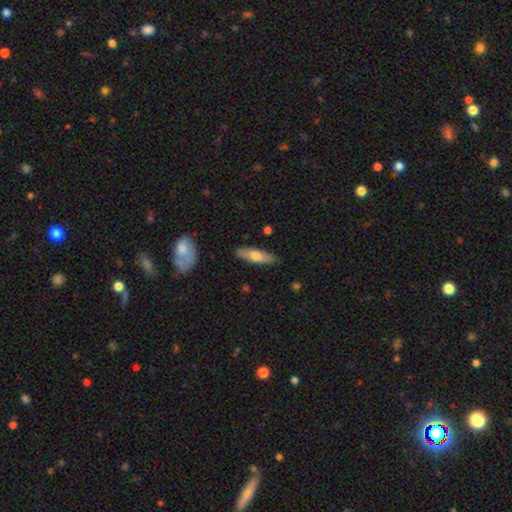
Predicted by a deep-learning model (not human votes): A smooth galaxy with no disk features (64%) that is cigar-shaped (55%).

Vote fractions:
- Smooth or featured? smooth: 64% / featured or disk: 31% / star or artifact: 6%
- How rounded? cigar-shaped: 55% / in between: 43% / round: 2%
- Merging? none: 83% / minor disturbance: 13% / major disturbance: 2% / merger: 2%